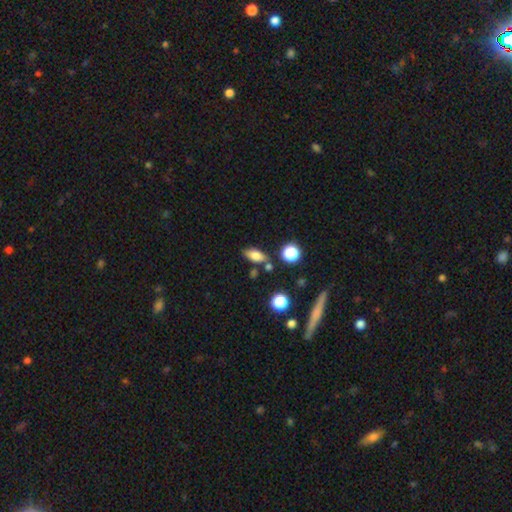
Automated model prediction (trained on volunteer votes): A smooth galaxy with no disk features (75%) that is in between round and cigar-shaped (75%). Merging: none (74%).